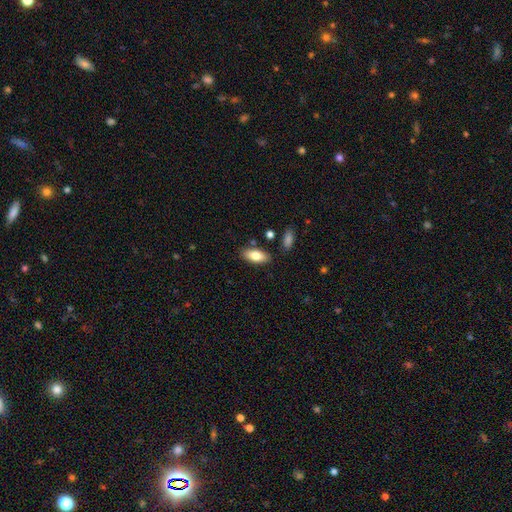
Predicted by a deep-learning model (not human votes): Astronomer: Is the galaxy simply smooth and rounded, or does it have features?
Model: smooth — 78%.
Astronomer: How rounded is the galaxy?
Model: in between — 86%.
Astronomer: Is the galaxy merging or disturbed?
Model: none — 82%.